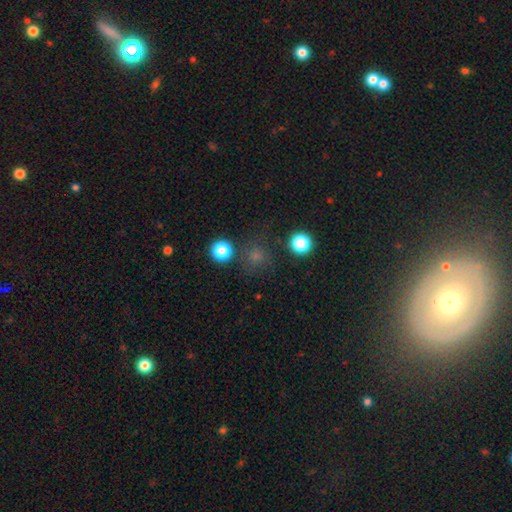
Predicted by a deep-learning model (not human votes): Smooth or featured?
  - smooth: 69% *
  - star or artifact: 25%
  - featured or disk: 6%
How rounded?
  - round: 91% *
  - in between: 8%
  - cigar-shaped: 1%
Merging?
  - none: 78% *
  - minor disturbance: 11%
  - major disturbance: 6%
  - merger: 6%